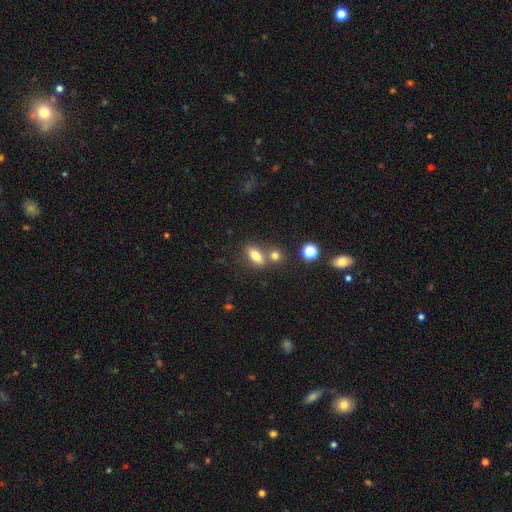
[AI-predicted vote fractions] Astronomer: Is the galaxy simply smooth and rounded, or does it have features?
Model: smooth — 76%.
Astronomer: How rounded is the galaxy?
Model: in between — 74%.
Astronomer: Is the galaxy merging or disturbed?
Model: none — 57%.